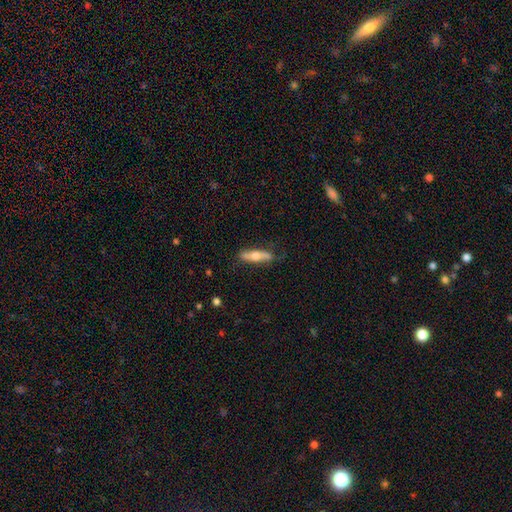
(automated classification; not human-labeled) Smooth or featured? Predicted: smooth (p=0.48). Merging? Predicted: none (p=0.79).